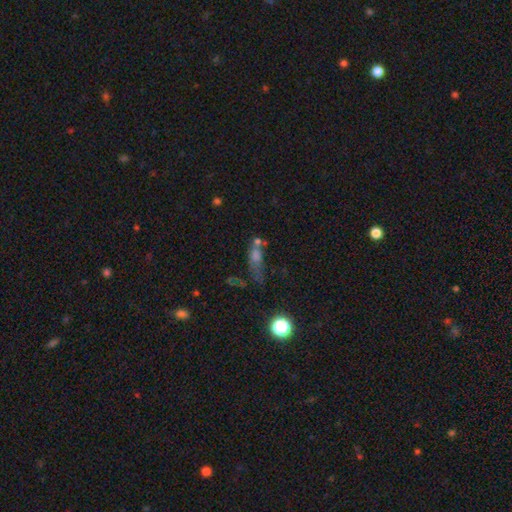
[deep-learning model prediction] A smooth galaxy with no disk features (50%). Merging: none (34%).